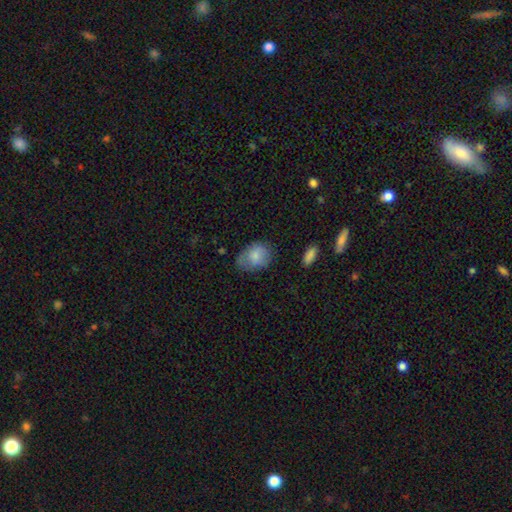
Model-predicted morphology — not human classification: Smooth or featured?
  - smooth: 79% *
  - featured or disk: 13%
  - star or artifact: 7%
How rounded?
  - in between: 67% *
  - round: 32%
  - cigar-shaped: 1%
Merging?
  - none: 55% *
  - minor disturbance: 31%
  - major disturbance: 11%
  - merger: 2%